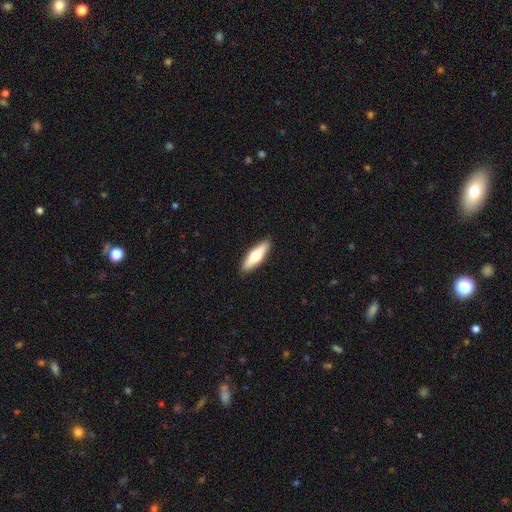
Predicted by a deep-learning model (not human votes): Morphology: type=smooth (58%); roundness=cigar-shaped (57%); merging=none (91%).